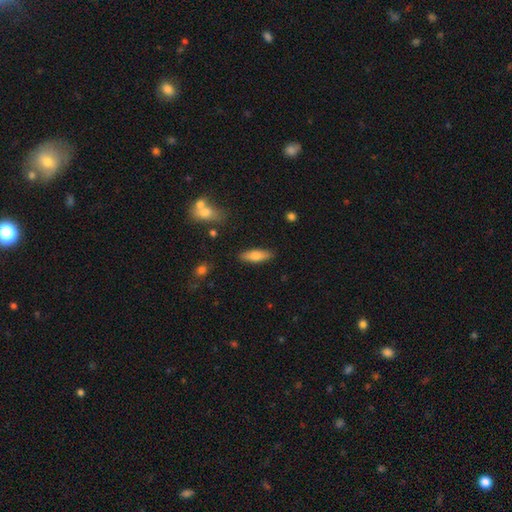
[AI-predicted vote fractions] This is likely a smooth galaxy (77%). How rounded: possibly in between (55%). Merging: clearly none (87%).